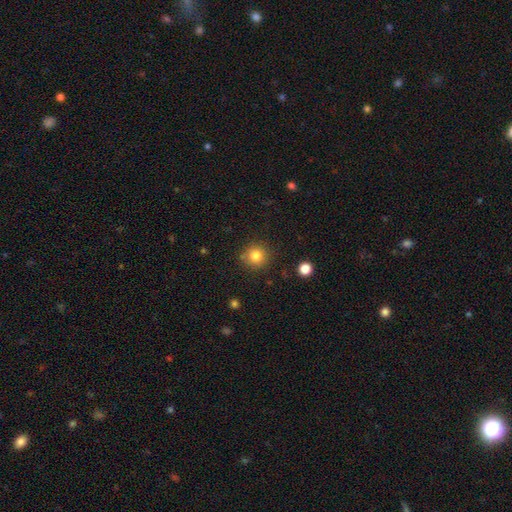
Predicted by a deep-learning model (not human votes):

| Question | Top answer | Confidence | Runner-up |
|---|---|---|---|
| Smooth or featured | smooth | 82% | star or artifact (12%) |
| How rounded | round | 93% | in between (6%) |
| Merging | none | 87% | minor disturbance (8%) |